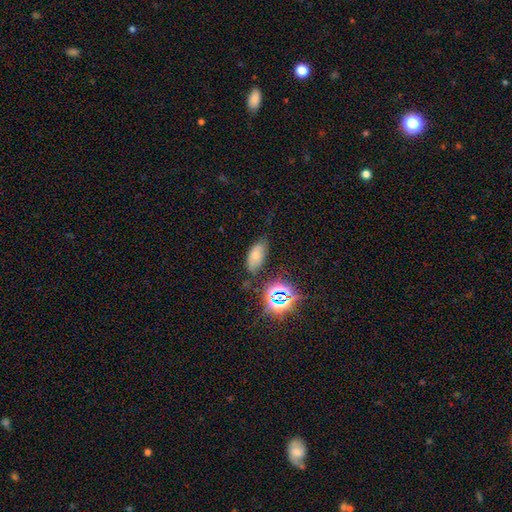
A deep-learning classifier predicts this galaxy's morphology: This is likely a smooth galaxy (63%). How rounded: clearly in between (90%). Merging: possibly none (59%).